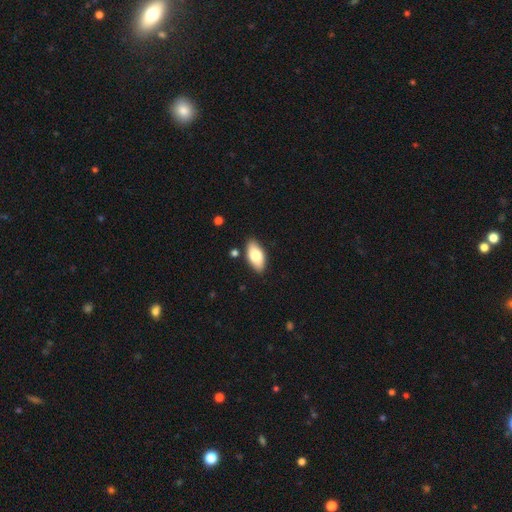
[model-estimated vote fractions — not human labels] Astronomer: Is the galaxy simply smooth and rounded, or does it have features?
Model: smooth — 76%.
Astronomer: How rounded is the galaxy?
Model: in between — 91%.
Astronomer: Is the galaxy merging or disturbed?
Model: none — 86%.